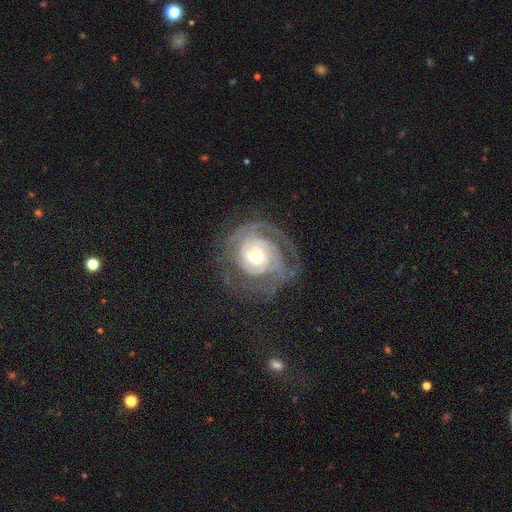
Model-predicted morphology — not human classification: A featured or disk galaxy (88%) with no bar (51%), tight (73%) spiral arms (97%) and a moderate central bulge (52%).

Vote fractions:
- Smooth or featured? featured or disk: 88% / smooth: 7% / star or artifact: 6%
- Edge-on disk? no: 98% / yes: 2%
- Bar? no: 51% / weak: 37% / strong: 12%
- Spiral arms? yes: 97% / no: 3%
- Spiral winding? tight: 73% / medium: 23% / loose: 5%
- Spiral arm count? can't tell: 27% / 2: 26% / 3: 23% / 4: 10% / 1: 7% / more than 4: 7%
- Bulge size? moderate: 52% / small: 31% / large: 14% / none: 2% / dominant: 2%
- Merging? none: 69% / minor disturbance: 17% / major disturbance: 13% / merger: 1%